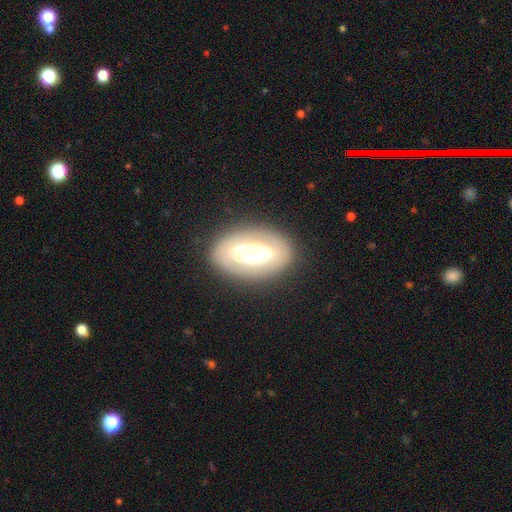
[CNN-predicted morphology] Q: Smooth or featured?
A: featured or disk (62%); runner-up: smooth (31%)
Q: Edge-on disk?
A: no (90%); runner-up: yes (10%)
Q: Bar?
A: no (39%); runner-up: strong (36%)
Q: Spiral arms?
A: no (63%); runner-up: yes (37%)
Q: Bulge size?
A: moderate (45%); runner-up: large (35%)
Q: Merging?
A: none (82%); runner-up: minor disturbance (12%)